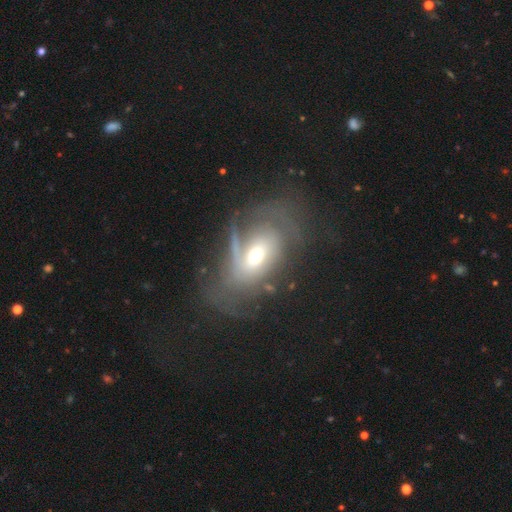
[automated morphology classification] Smooth or featured? Predicted: featured or disk (p=0.62). Edge-on disk? Predicted: no (p=0.91). Bar? Predicted: no (p=0.69). Spiral arms? Predicted: yes (p=0.59). Bulge size? Predicted: moderate (p=0.62). Merging? Predicted: none (p=0.42).